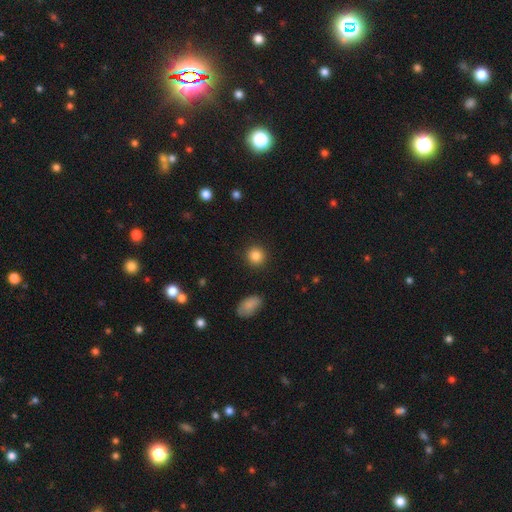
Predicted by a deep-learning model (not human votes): The model was most divided on "smooth or featured": smooth: 85%, star or artifact: 10%, featured or disk: 5%. More confident: how rounded — round (91%); merging — none (91%).